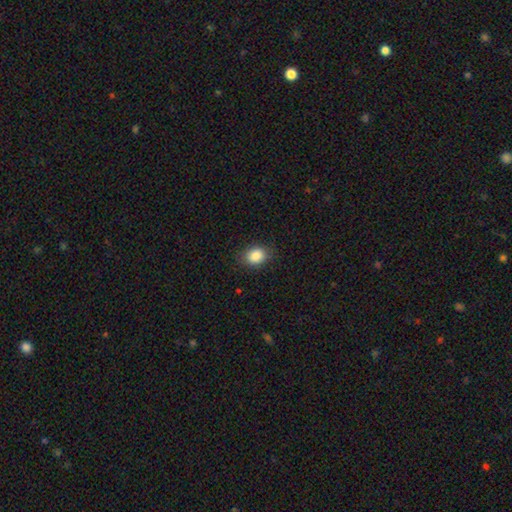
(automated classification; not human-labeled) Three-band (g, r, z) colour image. It shows a smooth galaxy with no disk features (87%) that is in between round and cigar-shaped (62%). Merging: none (83%).